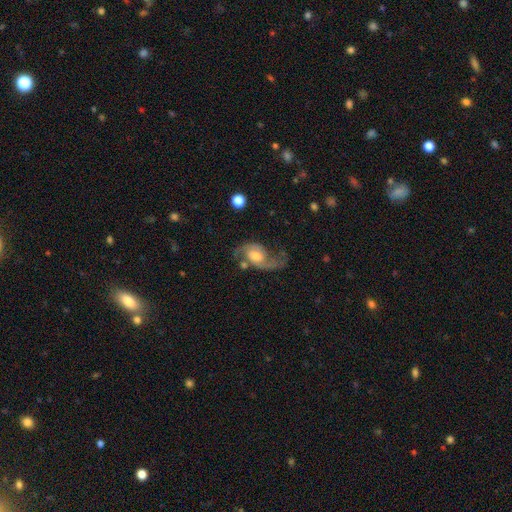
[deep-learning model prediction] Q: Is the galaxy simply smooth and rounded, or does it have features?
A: featured or disk — 85%.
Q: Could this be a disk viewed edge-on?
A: no — 97%.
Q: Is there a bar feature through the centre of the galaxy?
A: no — 52%.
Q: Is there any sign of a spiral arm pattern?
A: yes — 95%.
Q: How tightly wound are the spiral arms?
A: loose — 49%.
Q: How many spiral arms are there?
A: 2 — 89%.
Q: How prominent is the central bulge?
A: moderate — 59%.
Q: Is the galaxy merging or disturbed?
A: none — 58%.